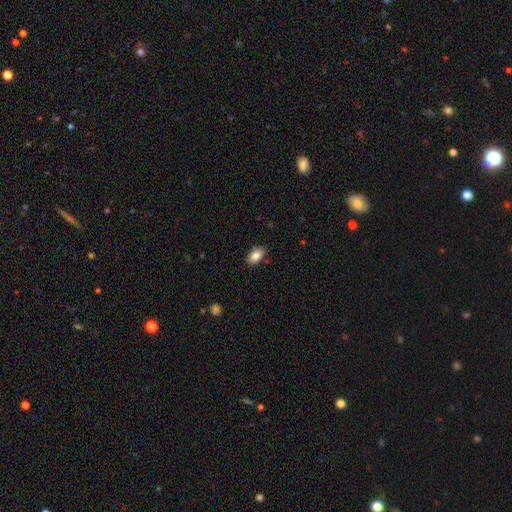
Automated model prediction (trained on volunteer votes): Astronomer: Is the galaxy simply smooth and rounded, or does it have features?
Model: smooth — 84%.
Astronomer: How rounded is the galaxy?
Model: in between — 90%.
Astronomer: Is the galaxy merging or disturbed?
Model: none — 85%.